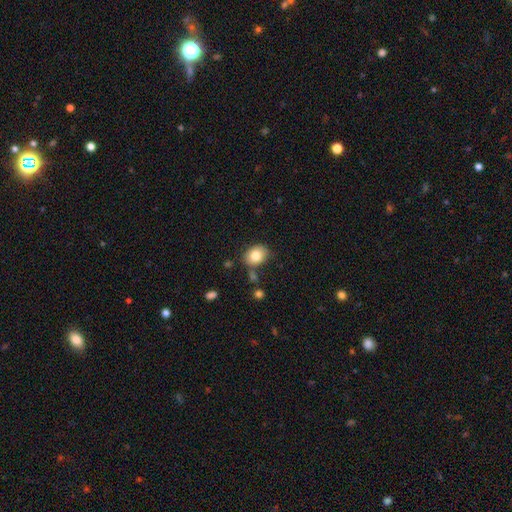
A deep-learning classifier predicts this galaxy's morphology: Smooth or featured? smooth (79%)
How rounded? in between (57%)
Merging? none (75%)